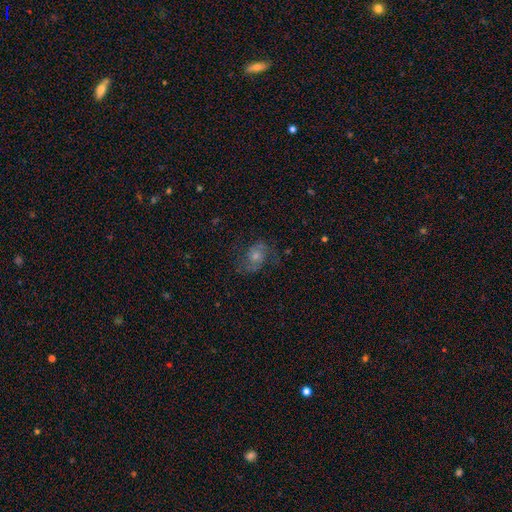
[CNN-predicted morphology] Overall: featured or disk (63%). Edge-on disk: no (96%). Bar: no (71%). Spiral arms: yes (89%). Spiral arm count: 2 (82%). Spiral winding: medium (49%; loose 31%). Bulge size: moderate (49%; small 38%). Merging: none (70%).